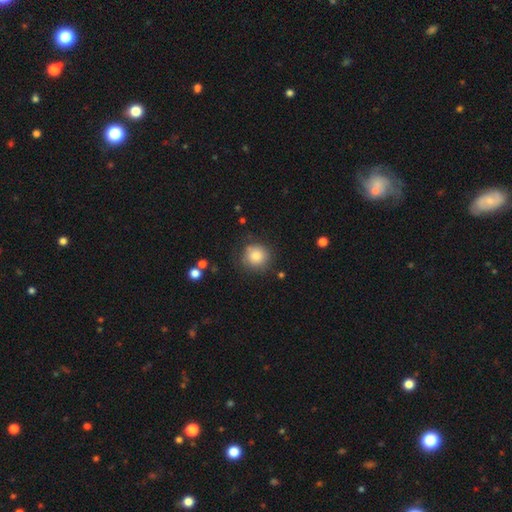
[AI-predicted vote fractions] smooth-or-featured: smooth: 83% | star or artifact: 9% | featured or disk: 8%
  how-rounded: round: 92% | in between: 7% | cigar-shaped: 1%
  merging: none: 77% | minor disturbance: 15% | major disturbance: 5% | merger: 3%